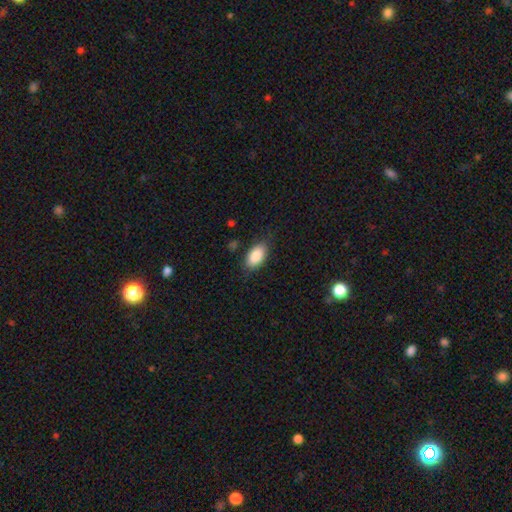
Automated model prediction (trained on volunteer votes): Smooth or featured? smooth (87%)
How rounded? in between (93%)
Merging? none (79%)